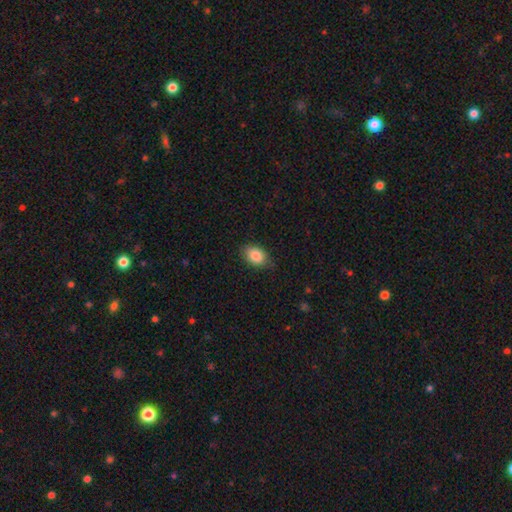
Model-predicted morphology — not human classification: Q: Smooth or featured?
A: smooth (86%); runner-up: star or artifact (8%)
Q: How rounded?
A: in between (82%); runner-up: round (16%)
Q: Merging?
A: none (83%); runner-up: minor disturbance (14%)